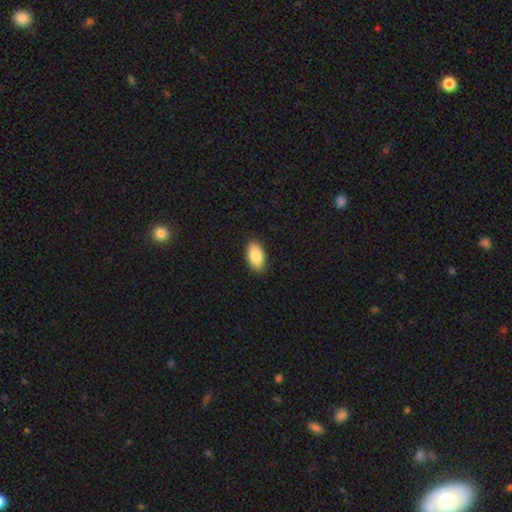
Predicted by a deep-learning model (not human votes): This appears to be a smooth galaxy with no disk features (85%) that is in between round and cigar-shaped (94%). Merging: none (89%).